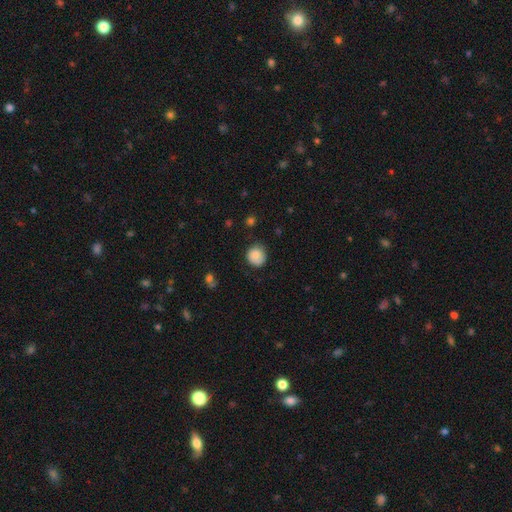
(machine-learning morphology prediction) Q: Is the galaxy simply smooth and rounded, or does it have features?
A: smooth — 85%.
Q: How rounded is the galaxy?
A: round — 86%.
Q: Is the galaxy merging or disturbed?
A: none — 73%.